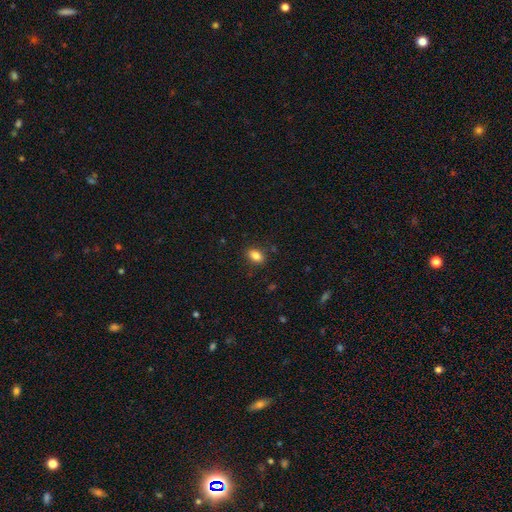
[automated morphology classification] Smooth or featured?
  - smooth: 84% *
  - star or artifact: 10%
  - featured or disk: 6%
How rounded?
  - in between: 81% *
  - round: 17%
  - cigar-shaped: 2%
Merging?
  - none: 87% *
  - minor disturbance: 10%
  - major disturbance: 2%
  - merger: 2%